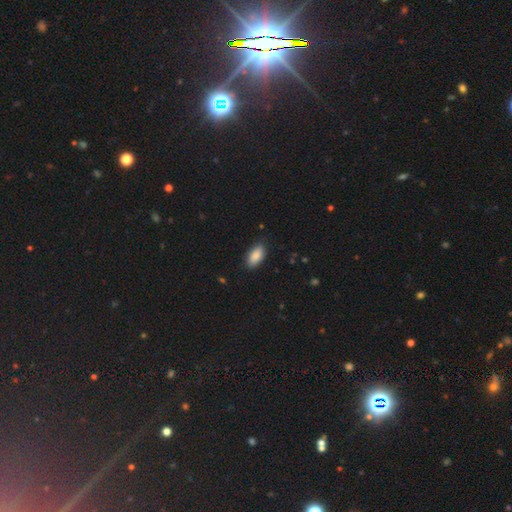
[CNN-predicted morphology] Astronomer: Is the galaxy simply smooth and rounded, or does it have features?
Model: smooth — 88%.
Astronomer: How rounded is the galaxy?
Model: in between — 93%.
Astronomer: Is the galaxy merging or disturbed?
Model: none — 85%.